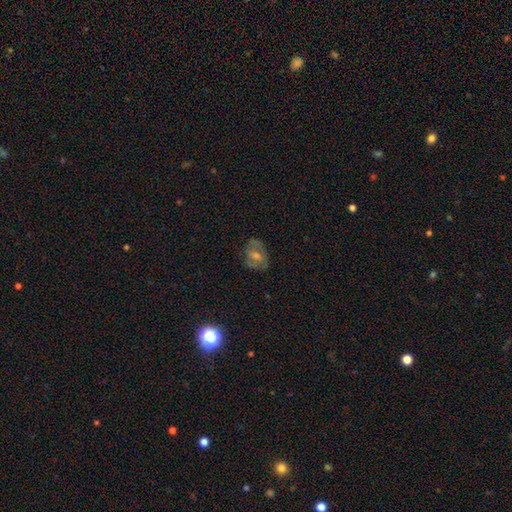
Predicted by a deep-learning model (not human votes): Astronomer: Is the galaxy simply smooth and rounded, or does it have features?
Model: featured or disk — 48% (runner-up: smooth, 33%).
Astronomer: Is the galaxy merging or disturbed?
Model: none — 74%.